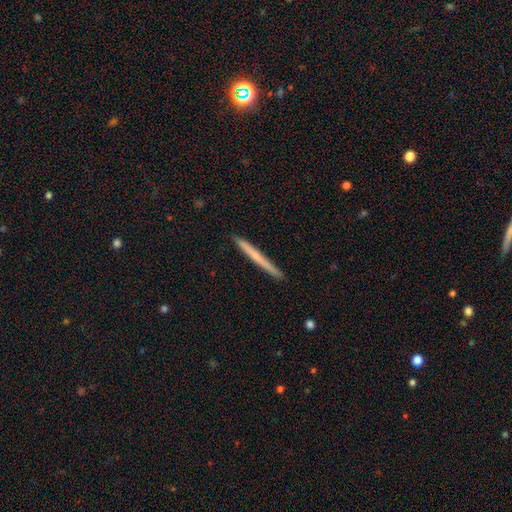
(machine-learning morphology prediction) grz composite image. It shows a smooth galaxy with no disk features (54%) that is cigar-shaped (97%). Merging: none (92%).